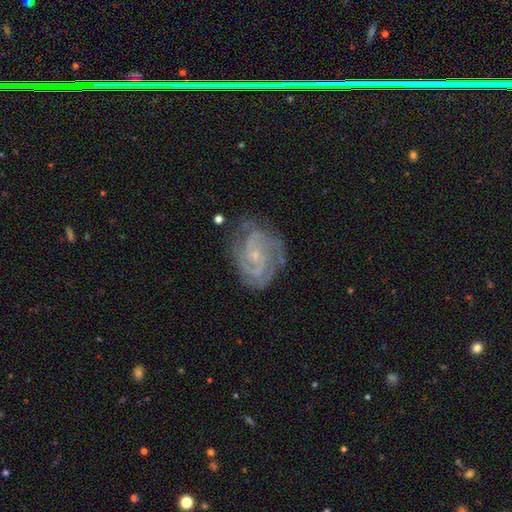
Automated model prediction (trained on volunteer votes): Morphology: type=featured or disk (86%); edge-on=no (98%); bar=no (62%); spiral arms=yes (97%); winding=tight (53%); arm count=2 (43%); bulge=small (79%); merging=none (73%).